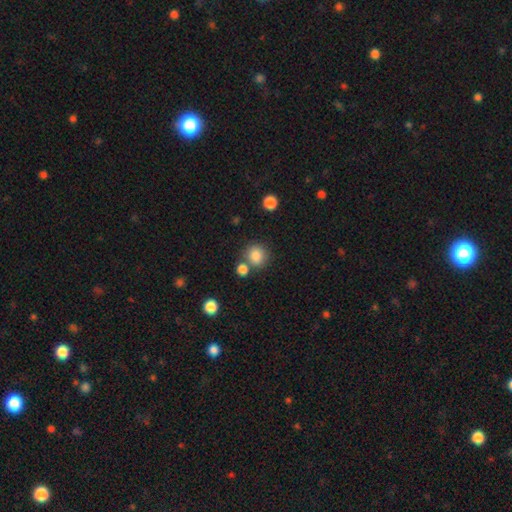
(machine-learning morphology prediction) Smooth or featured? smooth (84%)
How rounded? round (83%)
Merging? none (67%)